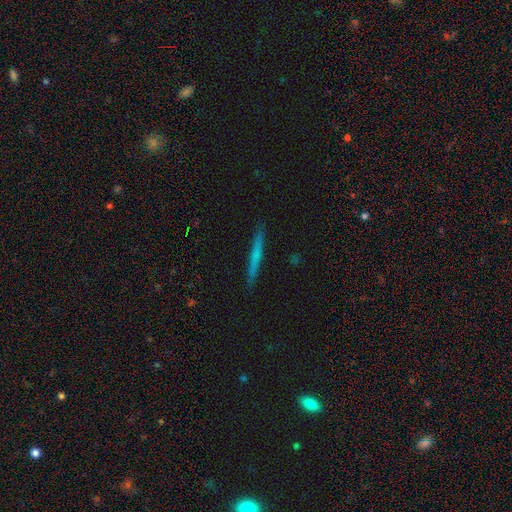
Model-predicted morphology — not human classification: Q: Smooth or featured?
A: smooth (54%); runner-up: featured or disk (40%)
Q: How rounded?
A: cigar-shaped (96%); runner-up: in between (2%)
Q: Merging?
A: none (92%); runner-up: minor disturbance (6%)